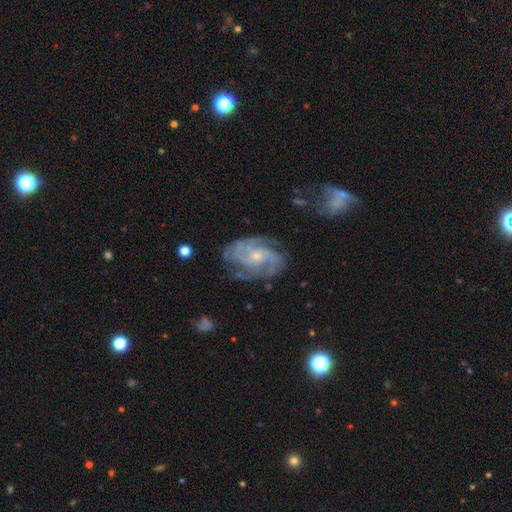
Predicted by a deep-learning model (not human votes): This is clearly a featured or disk galaxy (89%). It is clearly not viewed edge-on (97%). Bar: likely no (65%). Spiral arm pattern: clearly yes (97%). Spiral arm count: marginally 3 (30%). Spiral winding: possibly tight (52%). Central bulge: likely small (64%). Merging: likely none (72%).